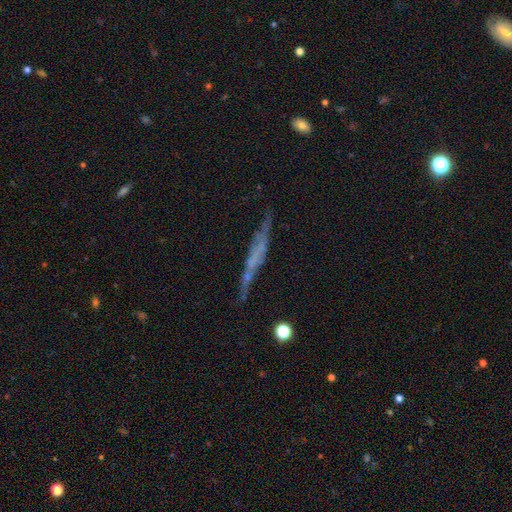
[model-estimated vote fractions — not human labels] A featured or disk galaxy (59%) viewed edge-on (80%). Merging: none (59%).